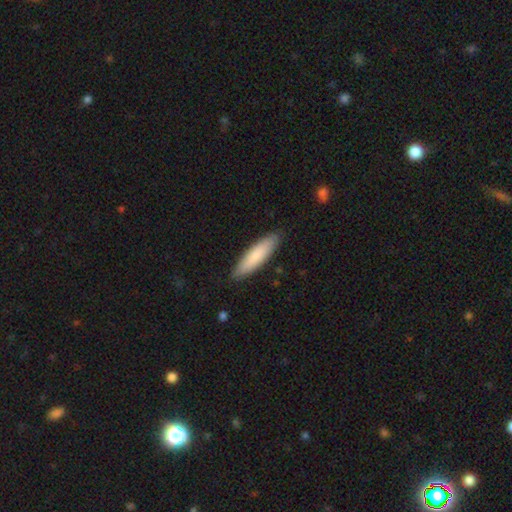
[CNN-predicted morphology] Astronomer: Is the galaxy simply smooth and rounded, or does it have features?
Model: smooth — 82%.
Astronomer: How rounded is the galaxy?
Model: cigar-shaped — 71%.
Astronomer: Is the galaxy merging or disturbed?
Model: none — 88%.